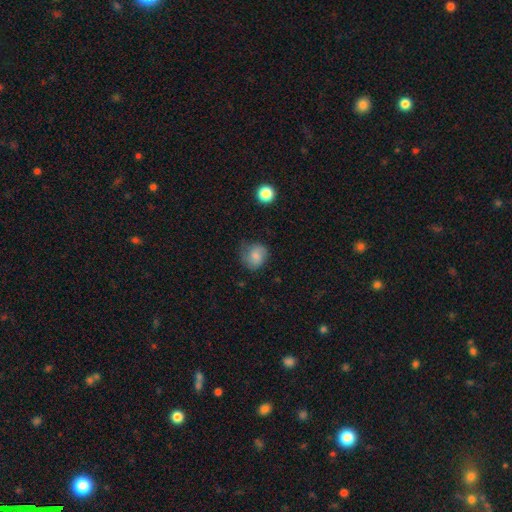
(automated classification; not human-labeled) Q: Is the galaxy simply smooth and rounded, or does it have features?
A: smooth — 74%.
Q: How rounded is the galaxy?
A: round — 77%.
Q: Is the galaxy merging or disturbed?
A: none — 58%.